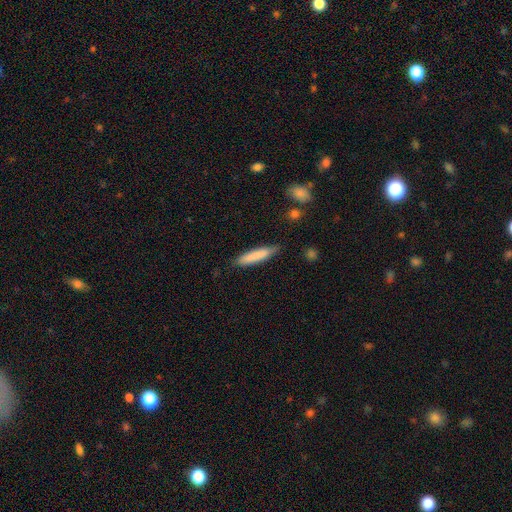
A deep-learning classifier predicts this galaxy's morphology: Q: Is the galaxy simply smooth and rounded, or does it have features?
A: smooth — 82%.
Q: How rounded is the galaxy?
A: cigar-shaped — 86%.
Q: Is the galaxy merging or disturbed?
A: none — 83%.